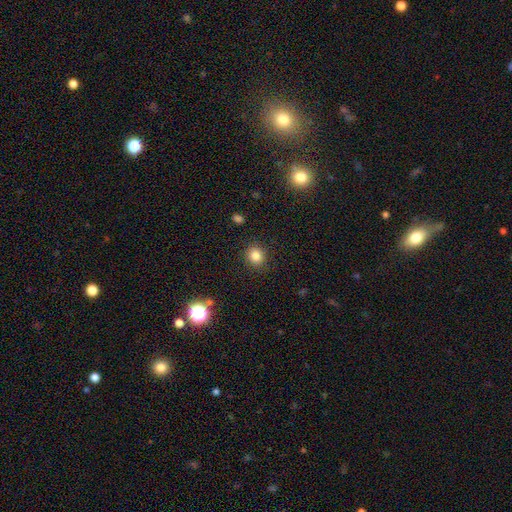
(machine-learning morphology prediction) A smooth galaxy with no disk features (83%) that is round (84%).

Vote fractions:
- Smooth or featured? smooth: 83% / star or artifact: 12% / featured or disk: 5%
- How rounded? round: 84% / in between: 15% / cigar-shaped: 1%
- Merging? none: 90% / minor disturbance: 6% / major disturbance: 2% / merger: 1%